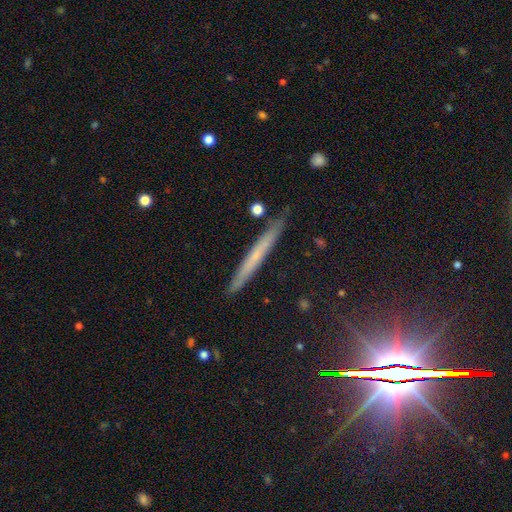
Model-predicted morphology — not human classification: type=smooth (46%); merging=none (88%).